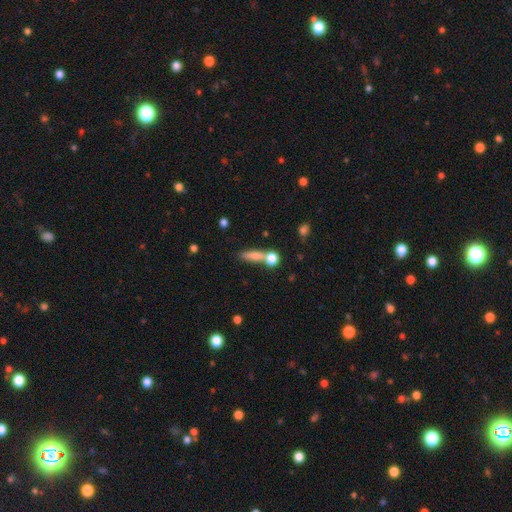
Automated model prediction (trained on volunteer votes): The model was most divided on "how rounded": cigar-shaped: 58%, in between: 32%, round: 10%. More confident: smooth or featured — smooth (74%); merging — none (55%).